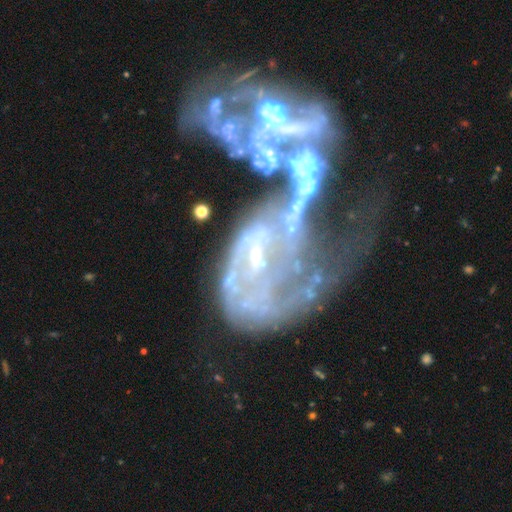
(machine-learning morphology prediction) A featured or disk galaxy (75%) with no bar (63%), spiral arms (52%) and a small central bulge (39%). Merging: merger (45%).